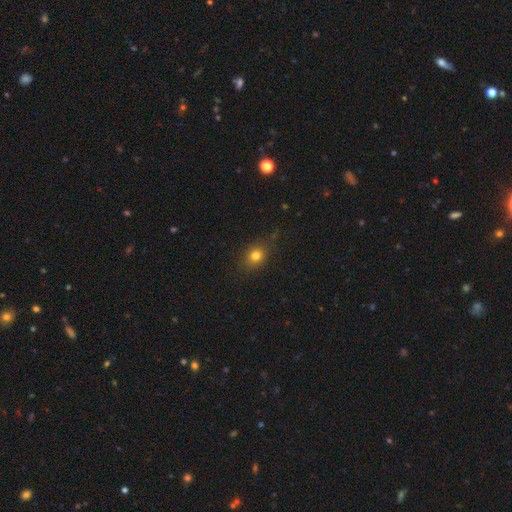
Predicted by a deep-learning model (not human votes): This appears to be a smooth galaxy with no disk features (78%) that is round (59%). Merging: none (82%).